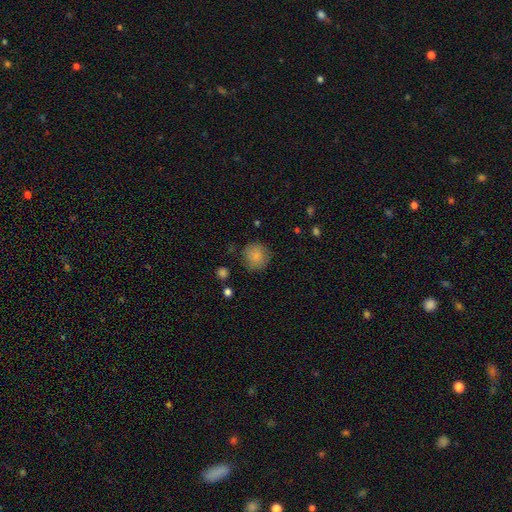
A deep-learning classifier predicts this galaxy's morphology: Smooth or featured?
  - smooth: 84% *
  - star or artifact: 8%
  - featured or disk: 8%
How rounded?
  - round: 90% *
  - in between: 9%
  - cigar-shaped: 1%
Merging?
  - none: 80% *
  - minor disturbance: 14%
  - major disturbance: 4%
  - merger: 2%